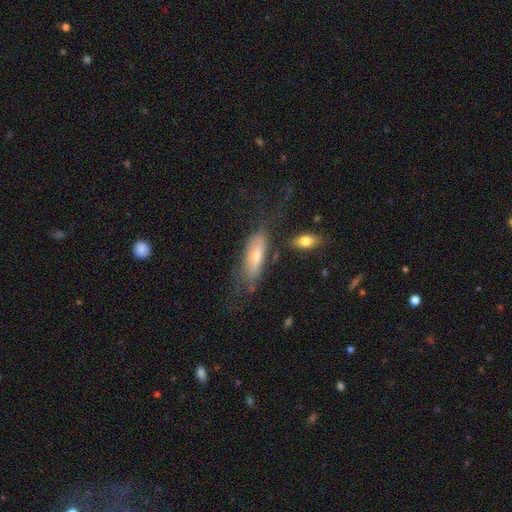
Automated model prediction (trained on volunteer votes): The model was most divided on "smooth or featured": smooth: 53%, featured or disk: 39%, star or artifact: 8%. Remaining: how rounded — in between (60%); merging — none (42%).